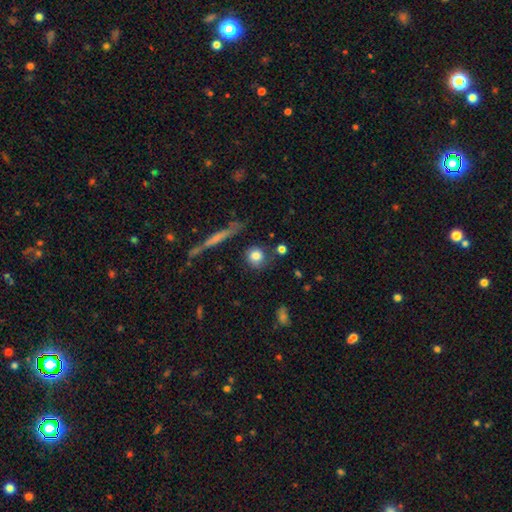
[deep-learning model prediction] Smooth or featured? Predicted: smooth (p=0.81). How rounded? Predicted: round (p=0.85). Merging? Predicted: none (p=0.74).